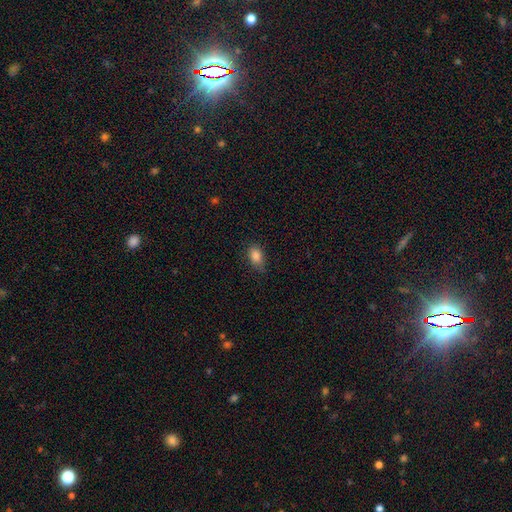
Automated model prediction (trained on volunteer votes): The model was most divided on "merging": none: 75%, minor disturbance: 20%, major disturbance: 4%, merger: 1%. More confident: smooth or featured — smooth (86%); how rounded — in between (85%).